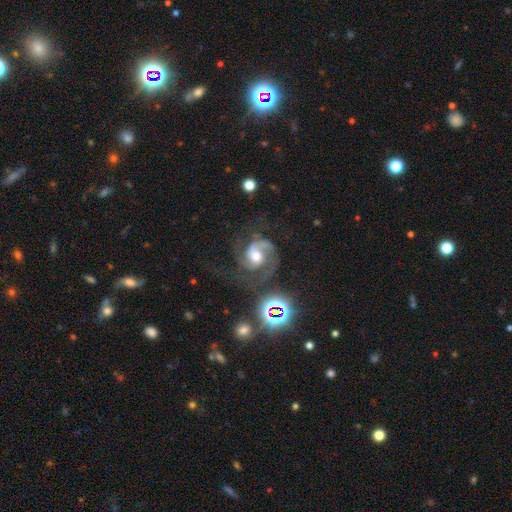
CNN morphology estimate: smooth_or_featured: featured or disk (p=0.84) [alt: star or artifact p=0.08]
disk_edge_on: no (p=0.98) [alt: yes p=0.02]
bar: no (p=0.52) [alt: weak p=0.37]
has_spiral_arms: yes (p=0.97) [alt: no p=0.03]
spiral_winding: medium (p=0.52) [alt: tight p=0.32]
spiral_arm_count: 2 (p=0.56) [alt: 1 p=0.19]
bulge_size: moderate (p=0.65) [alt: small p=0.16]
merging: none (p=0.54) [alt: major disturbance p=0.24]